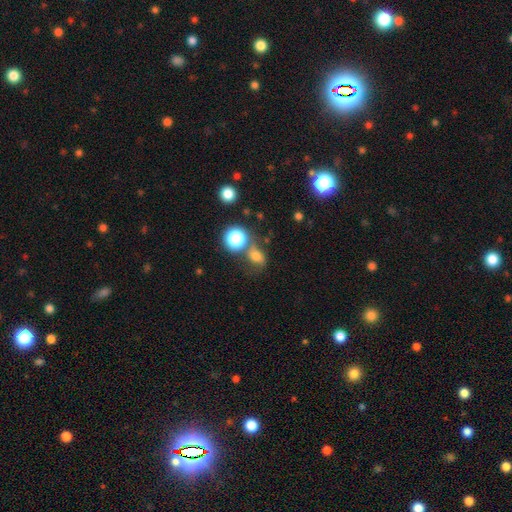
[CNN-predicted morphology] type=smooth (65%); roundness=in between (49%, tied with round); merging=none (53%).